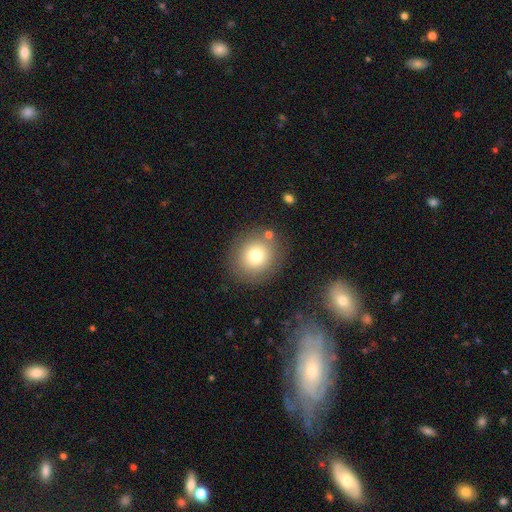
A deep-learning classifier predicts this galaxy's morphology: This is likely a smooth galaxy (76%). How rounded: clearly round (85%). Merging: clearly none (83%).